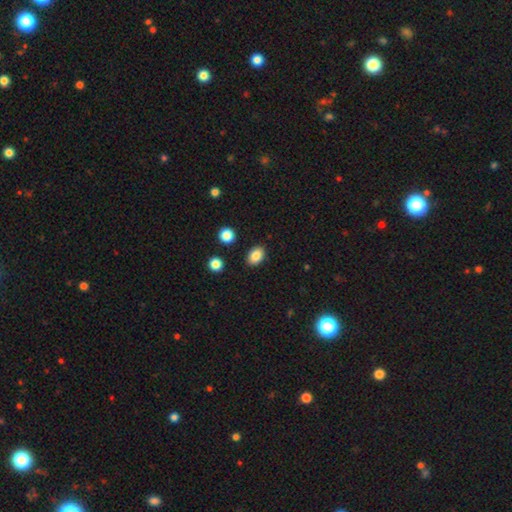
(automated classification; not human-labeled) Overall: smooth (85%). How rounded: in between (79%). Merging: none (88%).